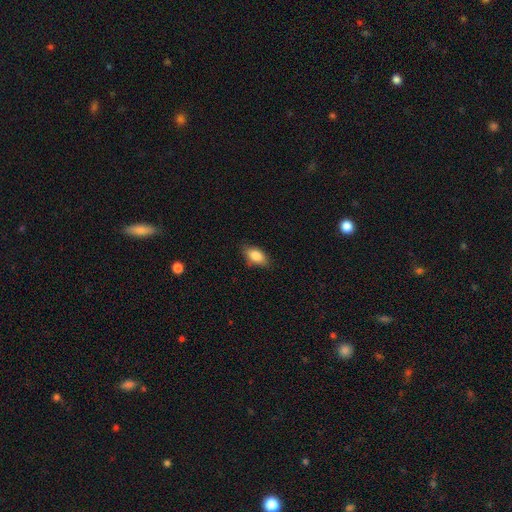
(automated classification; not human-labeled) Smooth or featured? Predicted: smooth (p=0.85). How rounded? Predicted: in between (p=0.89). Merging? Predicted: none (p=0.79).